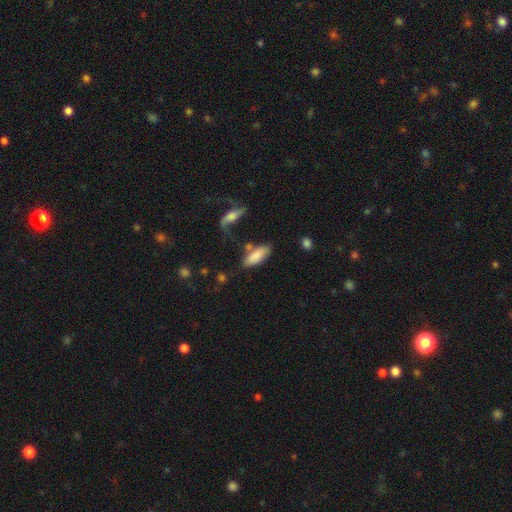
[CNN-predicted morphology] smooth 81%, featured or disk 12%, star or artifact 7%. Down the decision tree: how rounded — in between (76%); merging — none (59%).